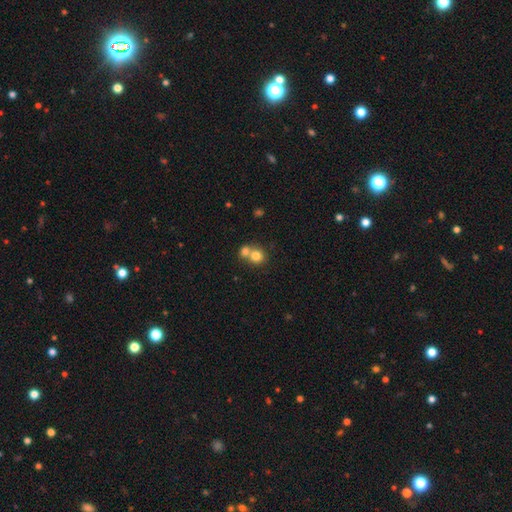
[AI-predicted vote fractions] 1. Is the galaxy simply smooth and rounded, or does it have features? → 78% smooth, 12% featured or disk, 11% star or artifact.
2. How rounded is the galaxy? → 84% round, 15% in between, 1% cigar-shaped.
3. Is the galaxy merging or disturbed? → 53% merger, 39% none, 5% minor disturbance, 3% major disturbance.